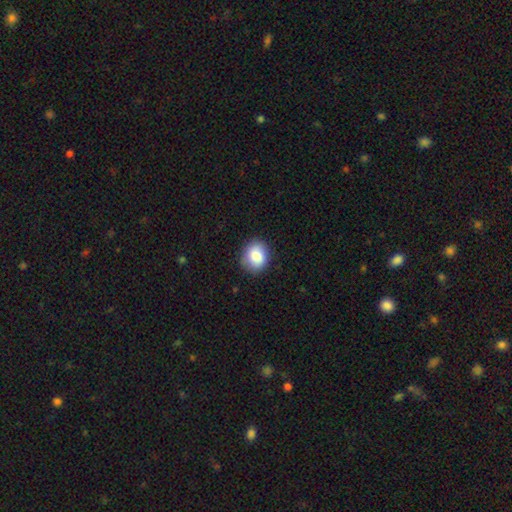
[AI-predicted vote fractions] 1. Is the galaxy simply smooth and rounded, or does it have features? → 84% smooth, 8% star or artifact, 8% featured or disk.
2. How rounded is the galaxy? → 65% round, 34% in between, 1% cigar-shaped.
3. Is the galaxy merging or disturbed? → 85% none, 11% minor disturbance, 2% major disturbance, 1% merger.